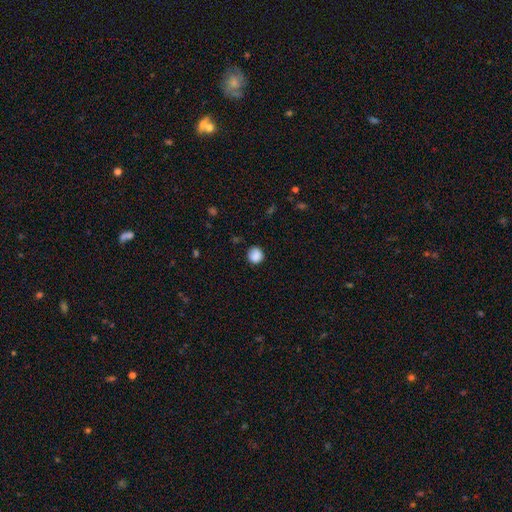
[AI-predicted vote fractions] smooth_or_featured: smooth (p=0.87) [alt: star or artifact p=0.09]
how_rounded: round (p=0.88) [alt: in between p=0.11]
merging: none (p=0.81) [alt: minor disturbance p=0.14]